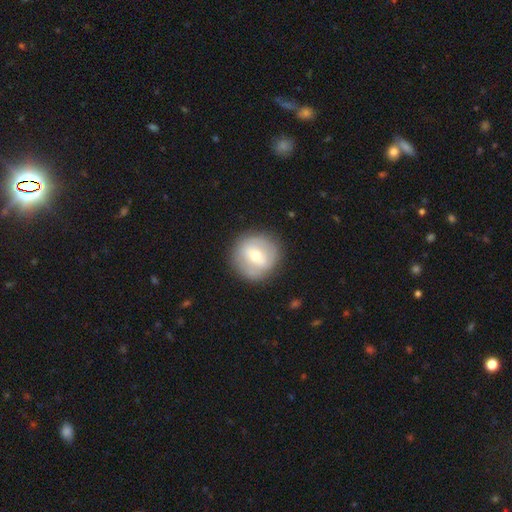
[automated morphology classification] A smooth galaxy with no disk features (50%) that is round (93%).

Vote fractions:
- Smooth or featured? smooth: 50% / featured or disk: 42% / star or artifact: 8%
- How rounded? round: 93% / in between: 6% / cigar-shaped: 1%
- Merging? none: 85% / minor disturbance: 10% / major disturbance: 4% / merger: 1%